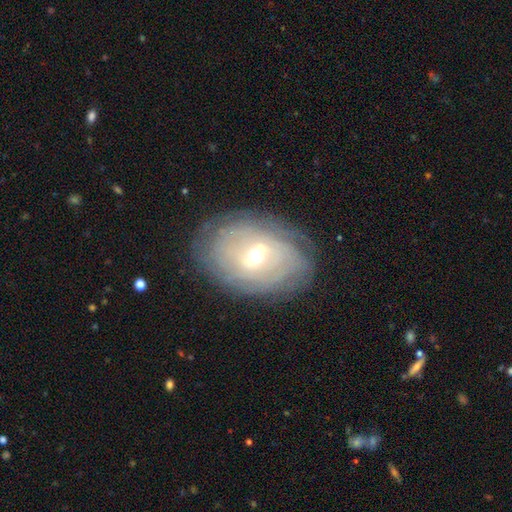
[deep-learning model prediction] featured or disk 76%, smooth 17%, star or artifact 7%. Down the decision tree: edge-on disk — no (93%); bar — weak (51%); spiral arms — yes (77%); spiral arm count — can't tell (60%); spiral winding — tight (74%); bulge size — moderate (59%); merging — none (75%).